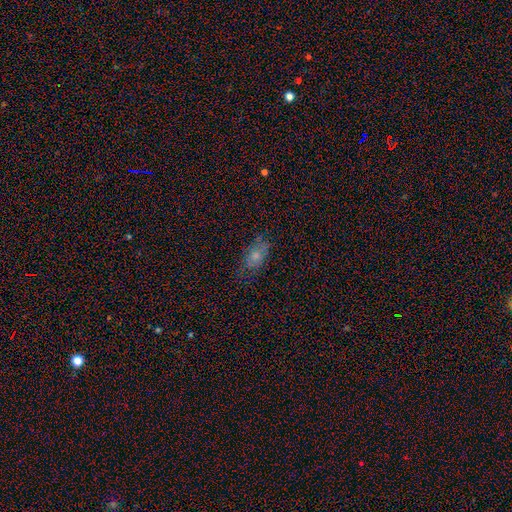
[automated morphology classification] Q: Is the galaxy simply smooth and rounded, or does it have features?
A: smooth — 66%.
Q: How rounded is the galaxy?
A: in between — 85%.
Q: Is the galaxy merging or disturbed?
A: none — 61%.